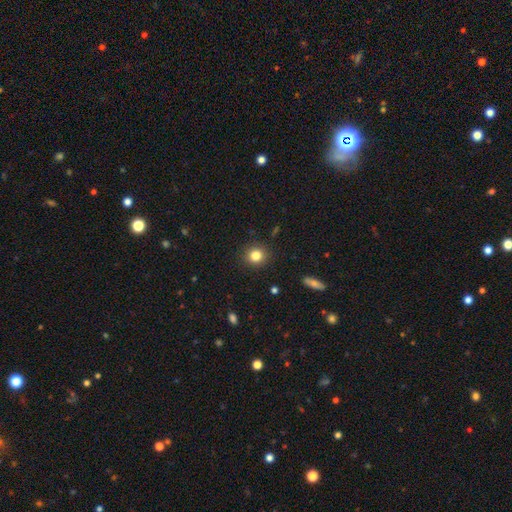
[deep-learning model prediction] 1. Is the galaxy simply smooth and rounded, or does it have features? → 82% smooth, 11% star or artifact, 6% featured or disk.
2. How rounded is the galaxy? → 89% round, 10% in between, 1% cigar-shaped.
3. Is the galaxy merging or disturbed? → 90% none, 6% minor disturbance, 2% major disturbance, 1% merger.